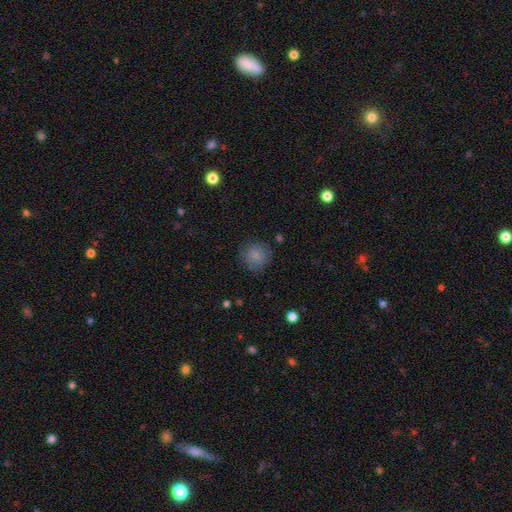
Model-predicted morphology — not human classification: type=smooth (83%); roundness=round (89%); merging=none (79%).